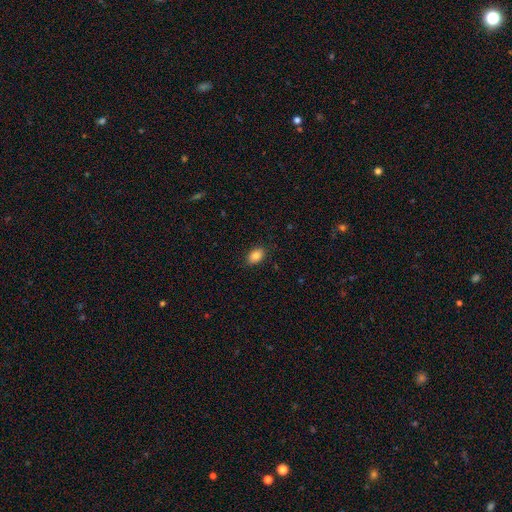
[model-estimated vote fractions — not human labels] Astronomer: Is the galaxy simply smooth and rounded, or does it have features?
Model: smooth — 86%.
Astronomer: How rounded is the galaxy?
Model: in between — 87%.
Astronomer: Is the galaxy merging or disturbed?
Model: none — 87%.